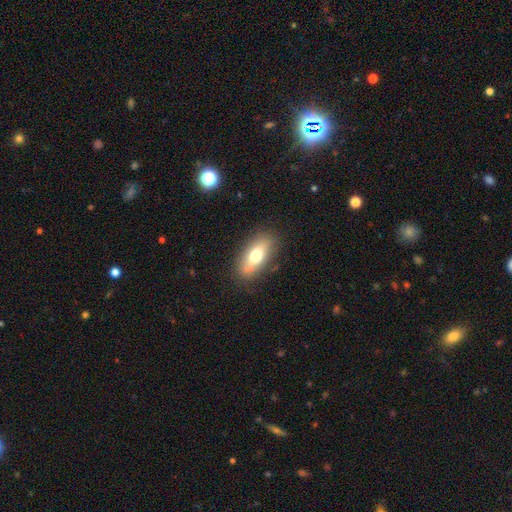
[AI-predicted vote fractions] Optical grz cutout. It shows a smooth galaxy with no disk features (69%) that is in between round and cigar-shaped (83%). Merging: none (81%).